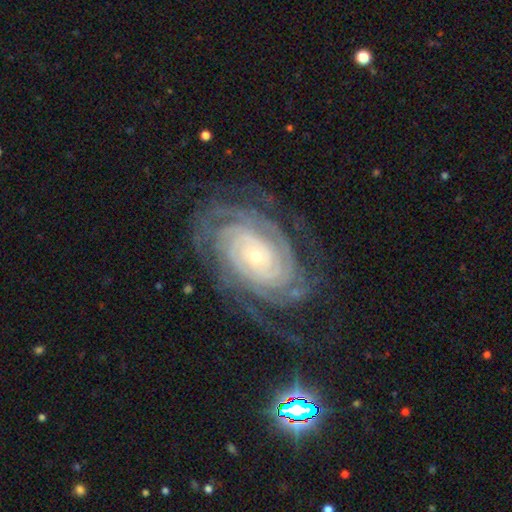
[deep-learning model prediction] featured or disk 90%, star or artifact 5%, smooth 4%. Down the decision tree: edge-on disk — no (97%); bar — no (75%); spiral arms — yes (98%); spiral arm count — 4 (24%); spiral winding — tight (85%); bulge size — small (78%); merging — none (74%).